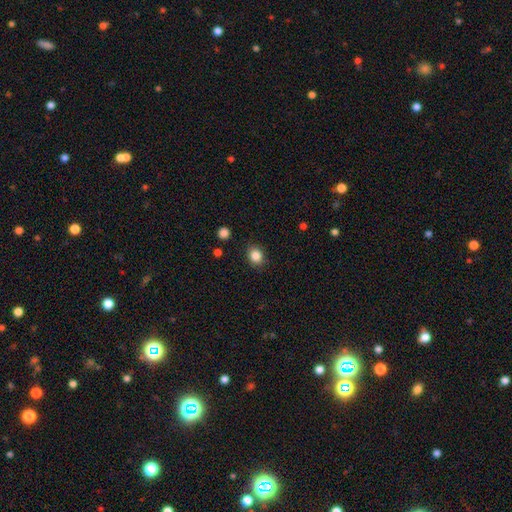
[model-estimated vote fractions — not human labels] Smooth or featured: smooth — 85% (star or artifact — 10%)
How rounded: round — 61% (in between — 39%)
Merging: none — 87% (minor disturbance — 9%)